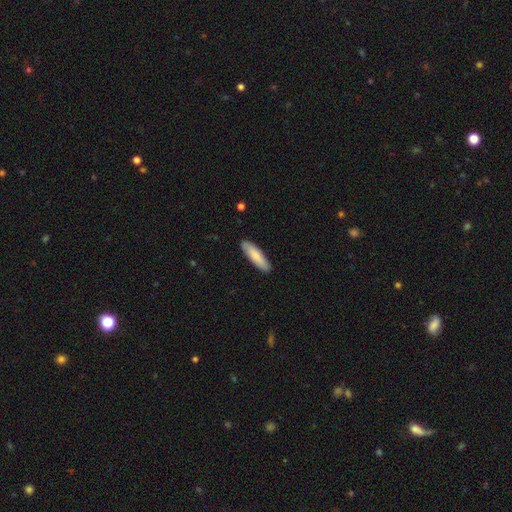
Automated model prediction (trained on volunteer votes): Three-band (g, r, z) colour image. It shows a smooth galaxy with no disk features (82%) that is cigar-shaped (67%). Merging: none (88%).